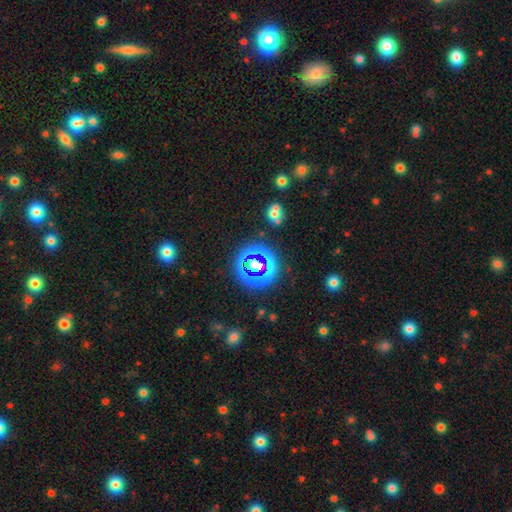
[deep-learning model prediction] Q: Smooth or featured?
A: star or artifact (70%); runner-up: smooth (21%)